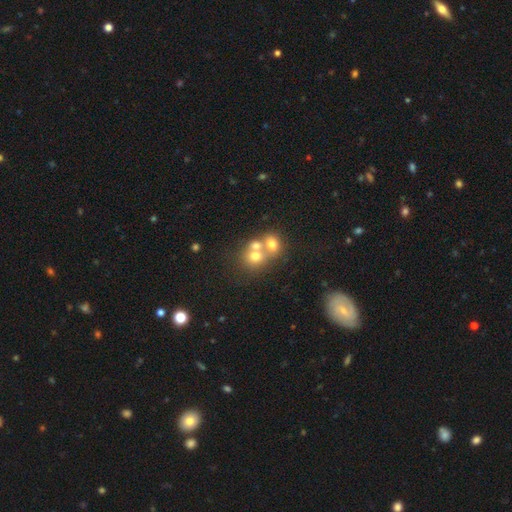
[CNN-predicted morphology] Q: Smooth or featured?
A: smooth (62%); runner-up: featured or disk (23%)
Q: How rounded?
A: round (74%); runner-up: in between (25%)
Q: Merging?
A: merger (58%); runner-up: none (32%)